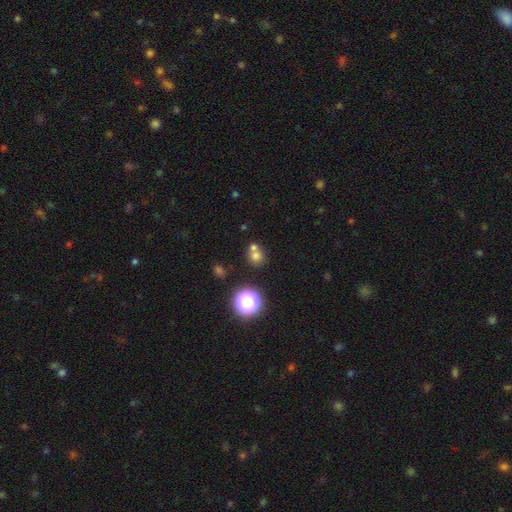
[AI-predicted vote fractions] This appears to be a smooth galaxy with no disk features (69%) that is round (82%). Merging: none (50%).